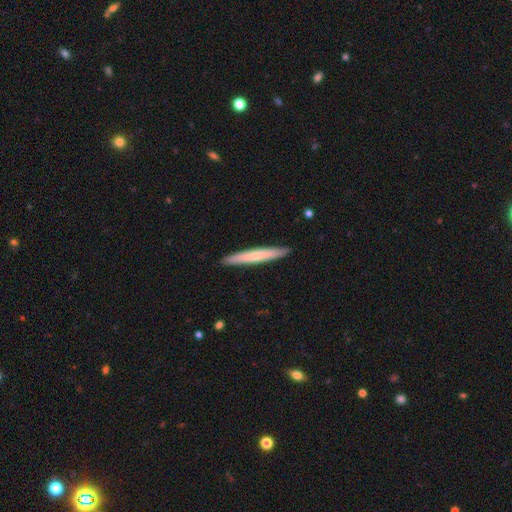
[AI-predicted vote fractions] A smooth galaxy with no disk features (57%) that is cigar-shaped (96%).

Vote fractions:
- Smooth or featured? smooth: 57% / featured or disk: 38% / star or artifact: 5%
- How rounded? cigar-shaped: 96% / in between: 3% / round: 1%
- Merging? none: 92% / minor disturbance: 6% / major disturbance: 1% / merger: 1%